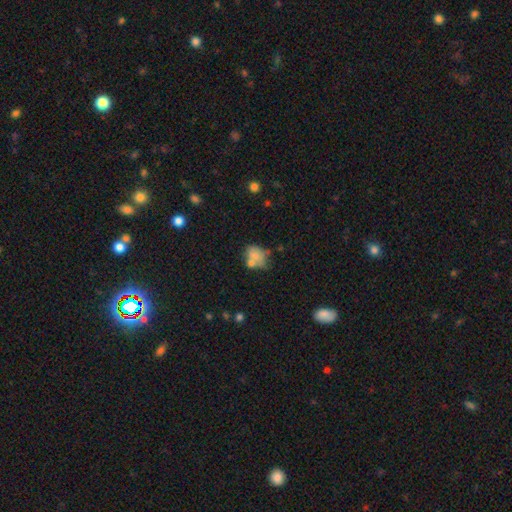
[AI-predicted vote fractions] Smooth or featured? smooth (65%)
How rounded? in between (63%)
Merging? none (34%, tied with merger)